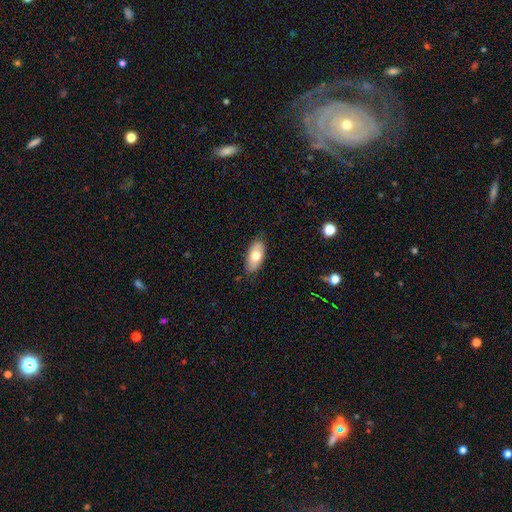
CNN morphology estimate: A smooth galaxy with no disk features (69%) that is in between round and cigar-shaped (92%).

Vote fractions:
- Smooth or featured? smooth: 69% / featured or disk: 24% / star or artifact: 6%
- How rounded? in between: 92% / cigar-shaped: 5% / round: 3%
- Merging? none: 85% / minor disturbance: 12% / major disturbance: 2% / merger: 1%